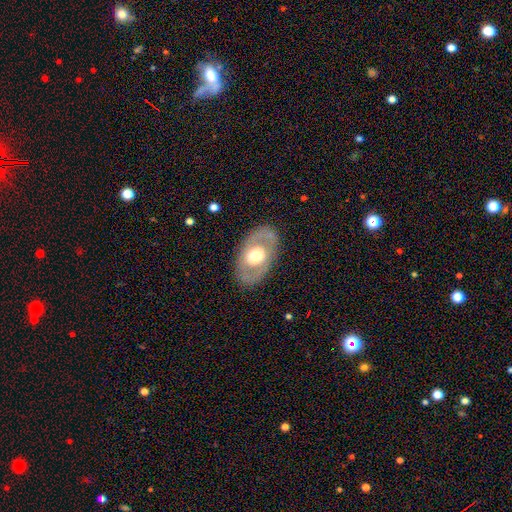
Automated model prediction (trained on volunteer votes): Smooth or featured? featured or disk (58%)
Edge-on disk? no (89%)
Bar? no (79%)
Spiral arms? no (75%)
Bulge size? moderate (57%)
Merging? none (83%)